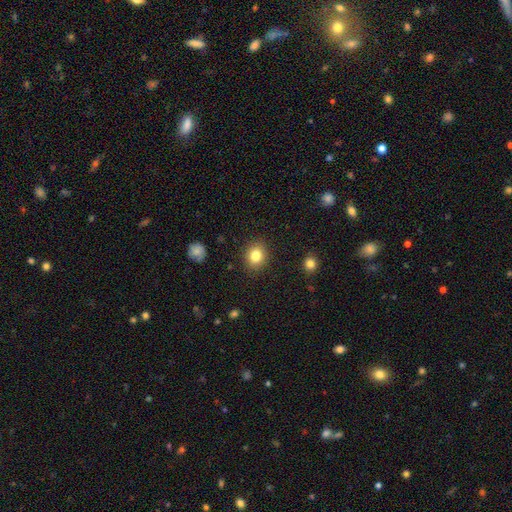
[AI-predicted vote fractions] This is clearly a smooth galaxy (82%). How rounded: likely round (62%). Merging: clearly none (89%).